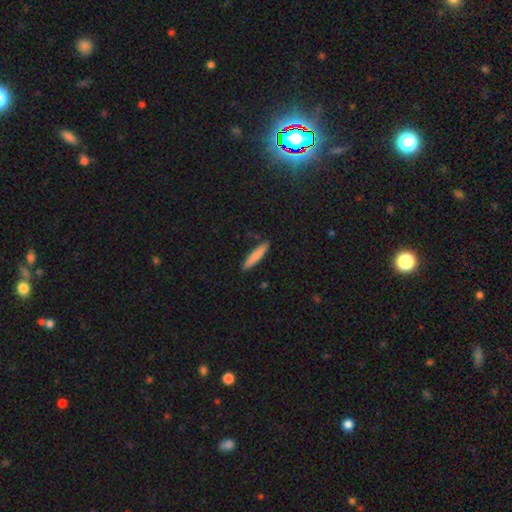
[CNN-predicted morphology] Smooth or featured? smooth (80%)
How rounded? cigar-shaped (91%)
Merging? none (89%)